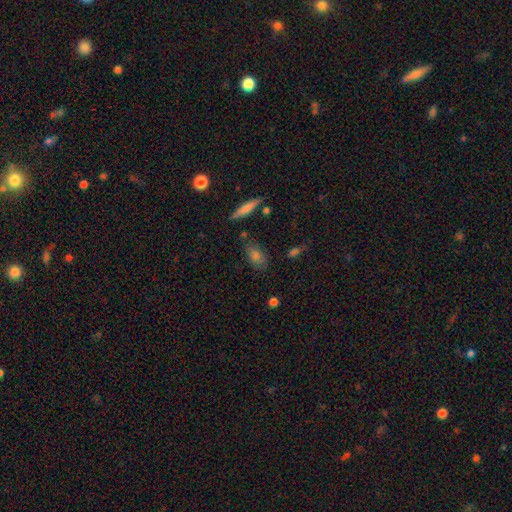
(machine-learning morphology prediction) A smooth galaxy with no disk features (72%) that is in between round and cigar-shaped (82%). Merging: none (78%).